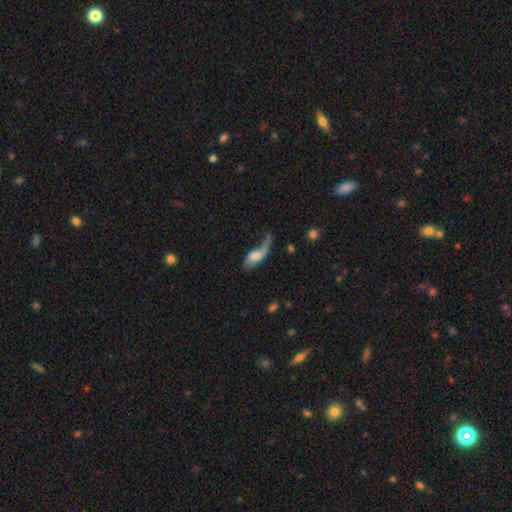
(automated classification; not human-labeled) This appears to be a smooth galaxy with no disk features (47%). Merging: major disturbance (47%).